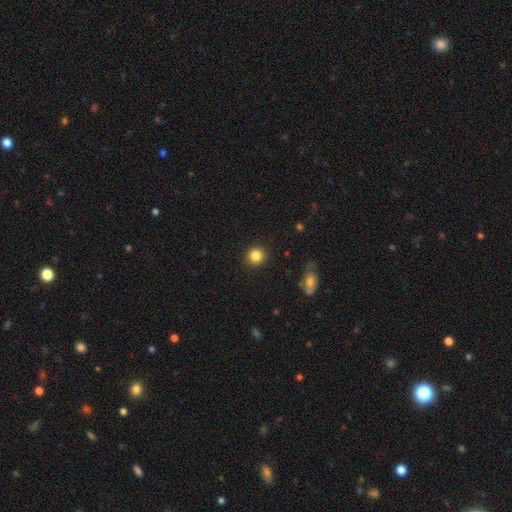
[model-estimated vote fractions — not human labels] A smooth galaxy with no disk features (84%) that is round (90%). Merging: none (91%).